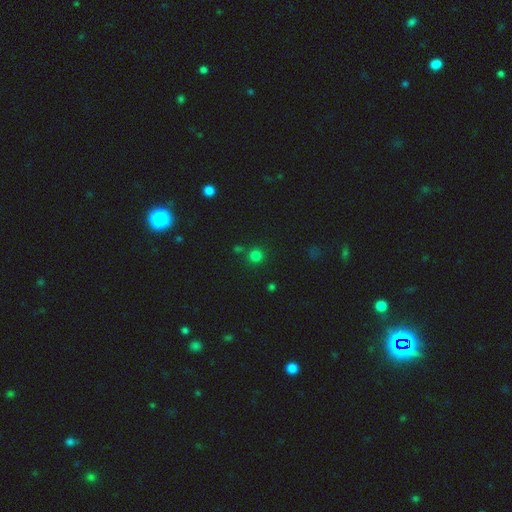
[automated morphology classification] This appears to be a smooth galaxy with no disk features (76%) that is round (93%). Merging: none (79%).